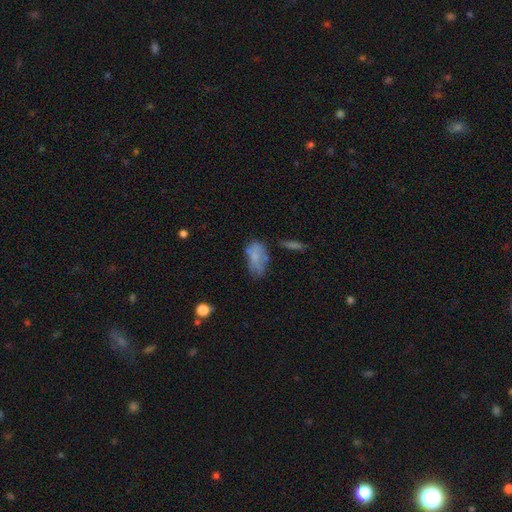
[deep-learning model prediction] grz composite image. It shows a smooth galaxy with no disk features (65%) that is in between round and cigar-shaped (90%). Merging: none (42%).